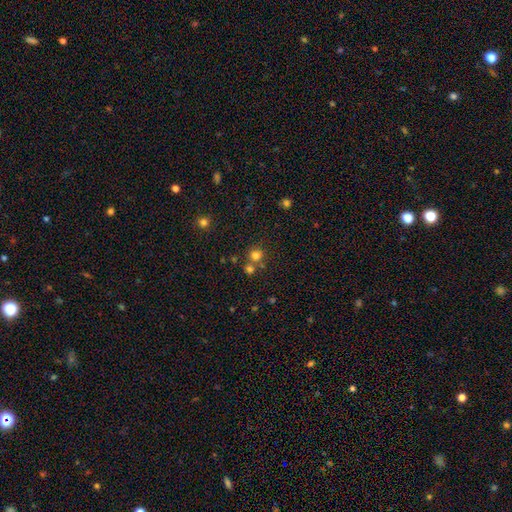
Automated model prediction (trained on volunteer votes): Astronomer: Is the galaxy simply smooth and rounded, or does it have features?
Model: smooth — 75%.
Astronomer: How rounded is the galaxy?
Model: round — 90%.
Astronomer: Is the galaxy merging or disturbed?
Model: none — 62%.